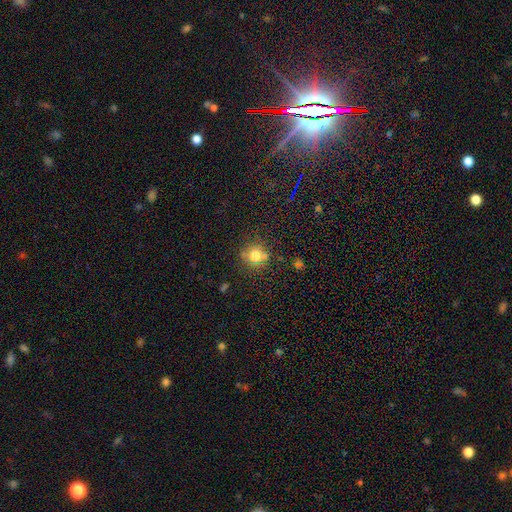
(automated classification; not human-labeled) The model was most divided on "smooth or featured": smooth: 74%, star or artifact: 16%, featured or disk: 10%. More confident: how rounded — round (88%); merging — none (73%).